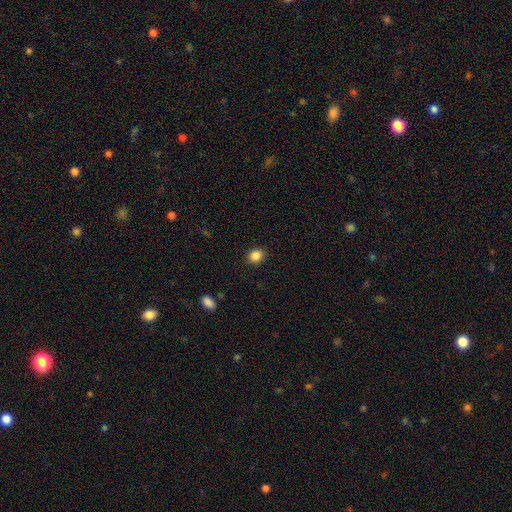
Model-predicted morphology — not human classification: Overall: smooth (86%). How rounded: round (56%; in between 43%). Merging: none (90%).